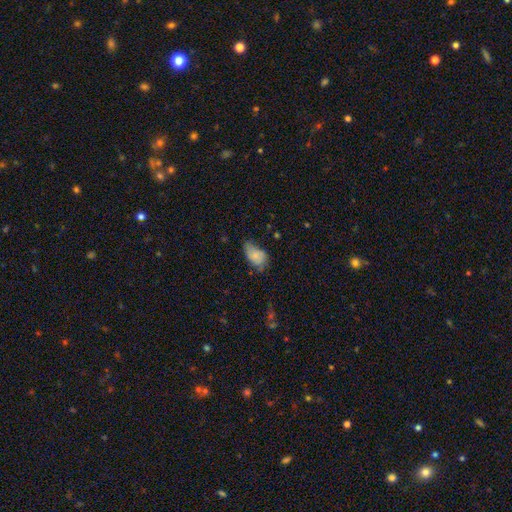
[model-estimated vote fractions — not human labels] smooth-or-featured: smooth: 73% | featured or disk: 19% | star or artifact: 8%
  how-rounded: in between: 91% | round: 7% | cigar-shaped: 2%
  merging: minor disturbance: 42% | none: 39% | major disturbance: 17% | merger: 3%